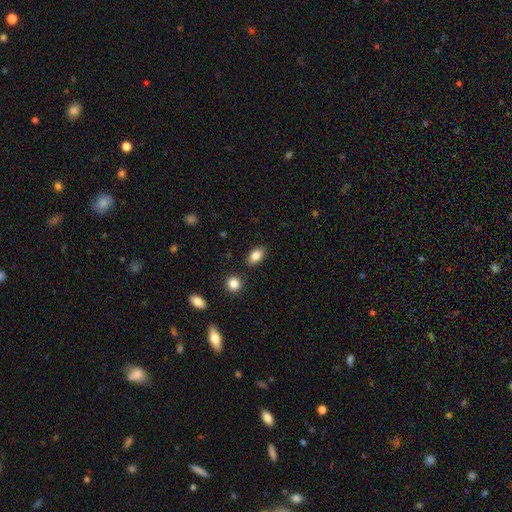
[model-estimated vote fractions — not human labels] A smooth galaxy with no disk features (84%) that is in between round and cigar-shaped (89%). Merging: none (86%).